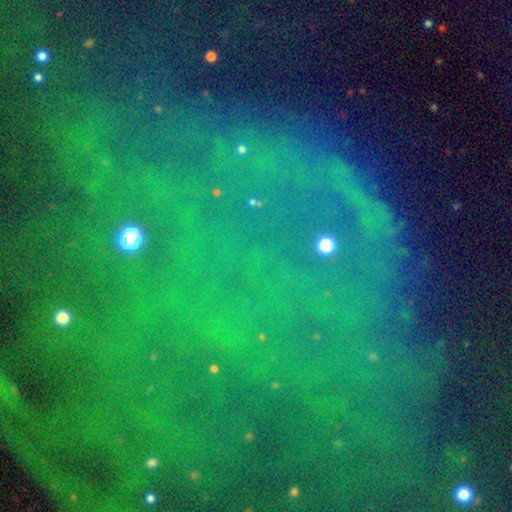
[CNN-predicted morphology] A star or artifact, not a galaxy (77%).

Vote fractions:
- Smooth or featured? star or artifact: 77% / featured or disk: 13% / smooth: 11%